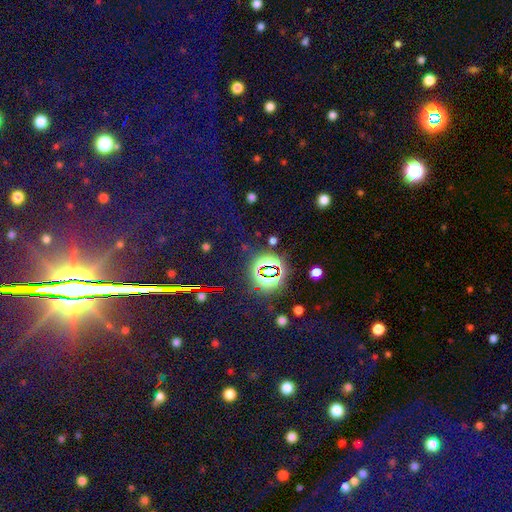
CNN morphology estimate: Smooth or featured? star or artifact (79%)